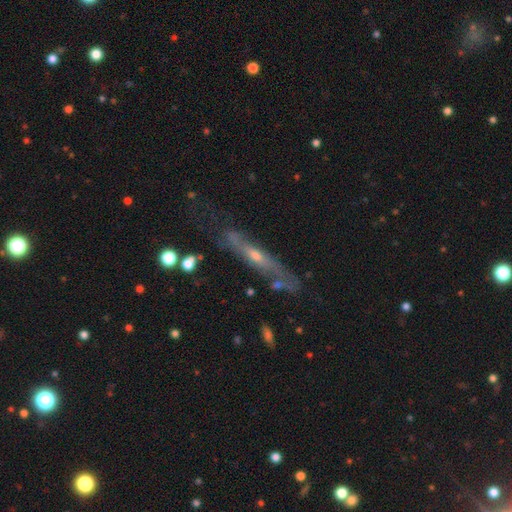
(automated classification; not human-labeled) smooth_or_featured: featured or disk (p=0.69) [alt: smooth p=0.23]
disk_edge_on: yes (p=0.69) [alt: no p=0.31]
merging: none (p=0.60) [alt: minor disturbance p=0.23]